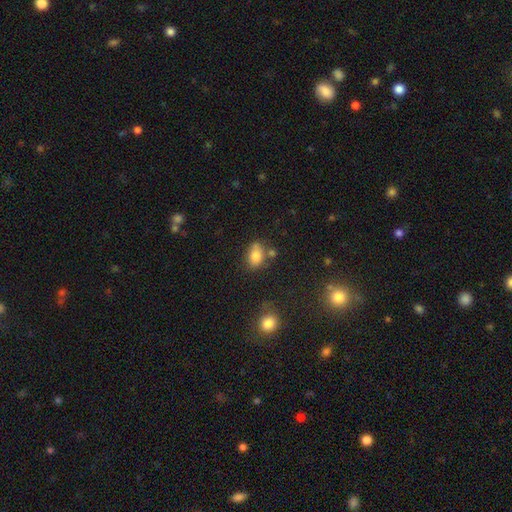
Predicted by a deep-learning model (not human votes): A smooth galaxy with no disk features (80%) that is in between round and cigar-shaped (80%).

Vote fractions:
- Smooth or featured? smooth: 80% / star or artifact: 10% / featured or disk: 10%
- How rounded? in between: 80% / round: 18% / cigar-shaped: 2%
- Merging? none: 62% / minor disturbance: 20% / merger: 13% / major disturbance: 6%